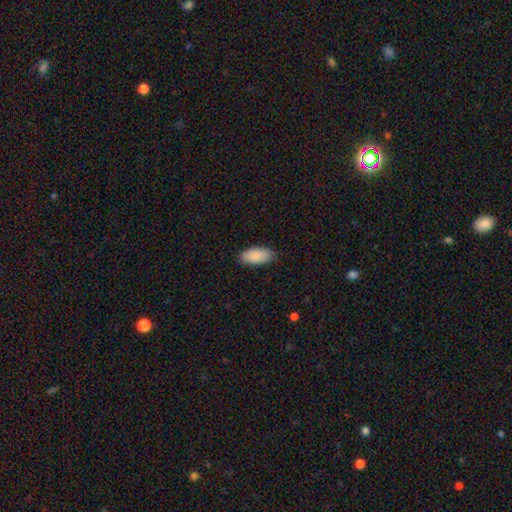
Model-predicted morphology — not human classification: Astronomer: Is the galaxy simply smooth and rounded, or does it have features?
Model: smooth — 89%.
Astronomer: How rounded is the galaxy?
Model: in between — 90%.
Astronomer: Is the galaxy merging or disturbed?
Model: none — 84%.